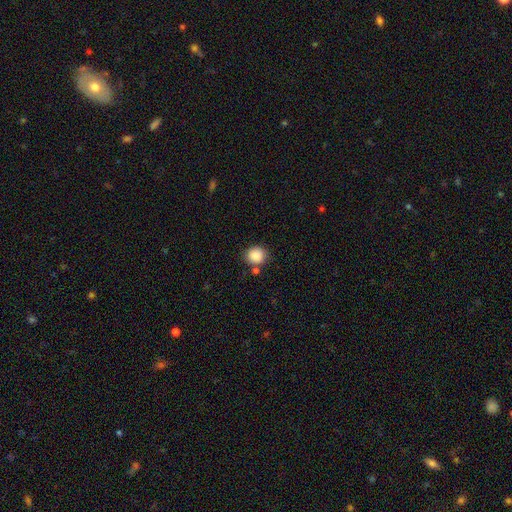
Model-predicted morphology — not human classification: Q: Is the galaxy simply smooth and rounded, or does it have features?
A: smooth — 87%.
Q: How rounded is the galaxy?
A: round — 80%.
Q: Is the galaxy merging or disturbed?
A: none — 76%.